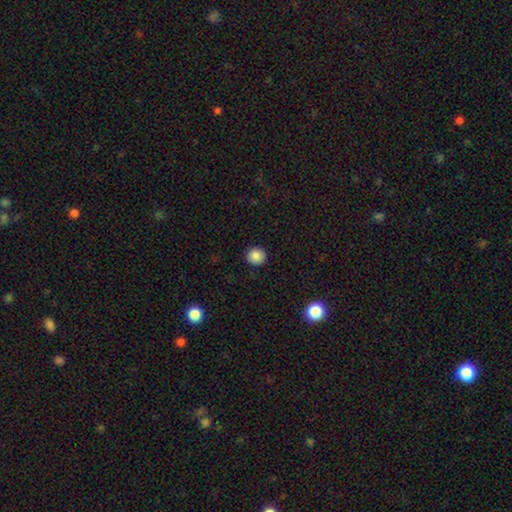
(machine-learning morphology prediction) This appears to be a smooth galaxy with no disk features (86%) that is round (93%). Merging: none (92%).